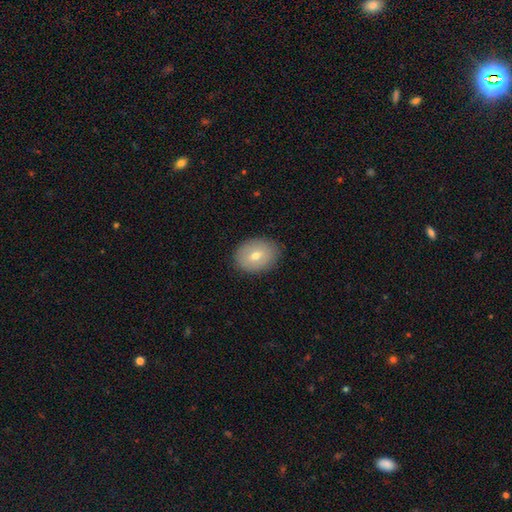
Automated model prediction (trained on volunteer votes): Smooth or featured? smooth (64%)
How rounded? in between (68%)
Merging? none (86%)